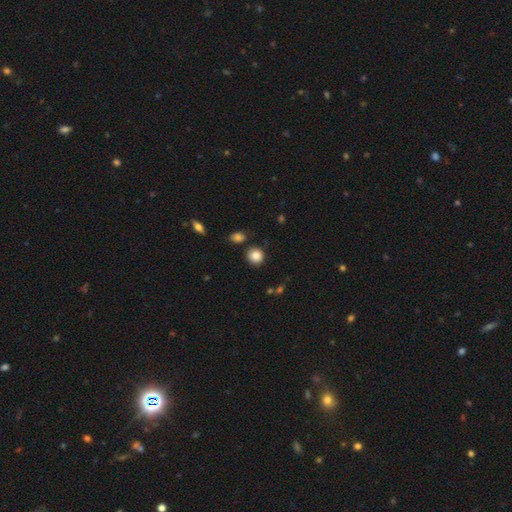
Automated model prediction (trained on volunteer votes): smooth-or-featured: smooth: 86% | star or artifact: 10% | featured or disk: 4%
  how-rounded: round: 89% | in between: 10% | cigar-shaped: 1%
  merging: none: 84% | minor disturbance: 9% | merger: 4% | major disturbance: 3%